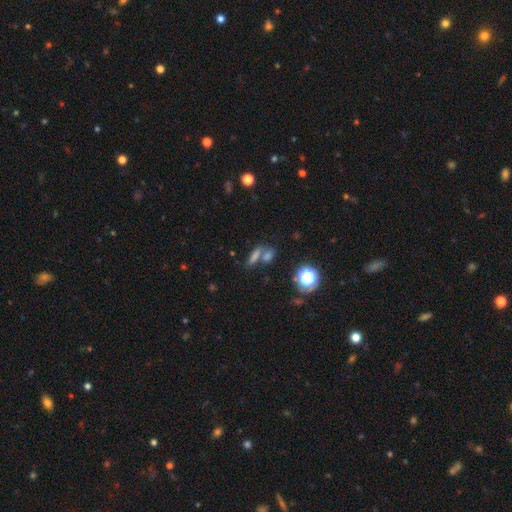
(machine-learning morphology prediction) This is possibly a smooth galaxy (58%). How rounded: marginally in between (42%). Merging: possibly none (46%).